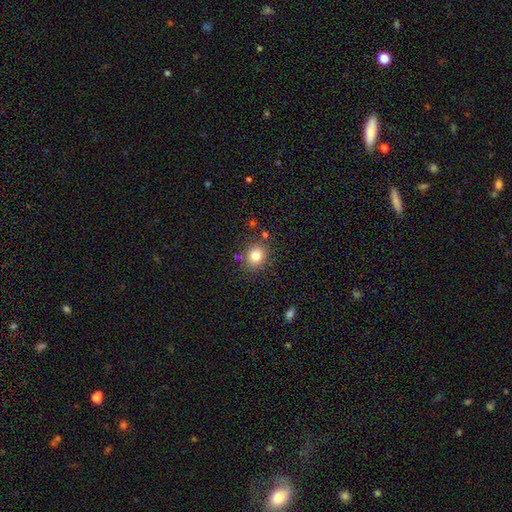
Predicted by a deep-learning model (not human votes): A smooth galaxy with no disk features (82%) that is round (72%). Merging: none (80%).